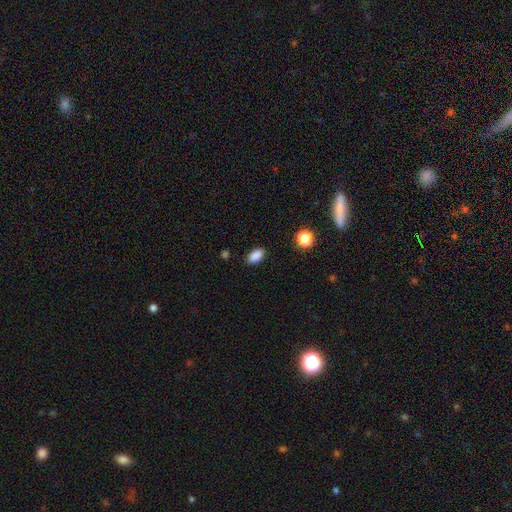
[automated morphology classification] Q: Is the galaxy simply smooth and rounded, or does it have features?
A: smooth — 87%.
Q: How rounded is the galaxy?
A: in between — 89%.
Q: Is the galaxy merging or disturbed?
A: none — 85%.